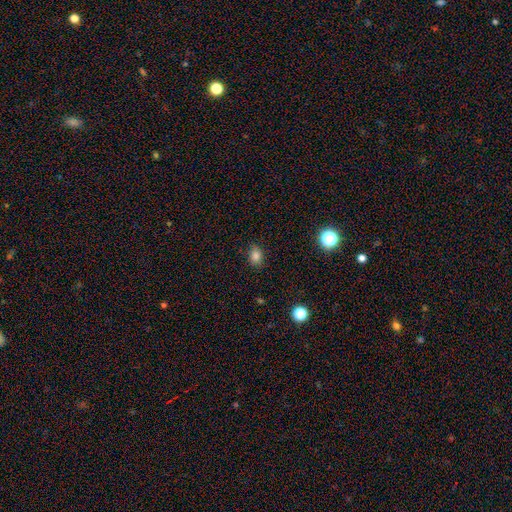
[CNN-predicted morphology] smooth_or_featured: smooth (p=0.81) [alt: star or artifact p=0.13]
how_rounded: in between (p=0.63) [alt: round p=0.35]
merging: none (p=0.83) [alt: minor disturbance p=0.13]